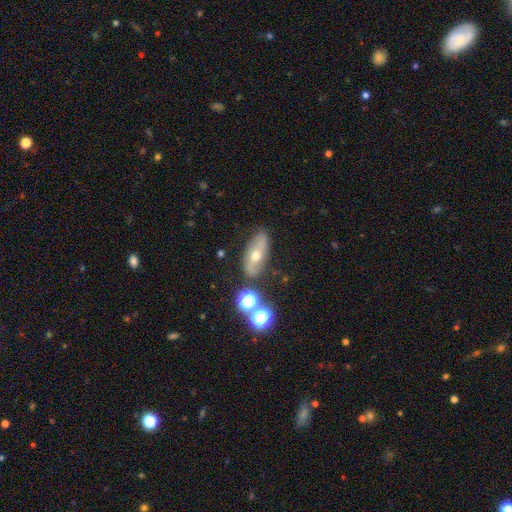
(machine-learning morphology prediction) Smooth or featured: featured or disk — 48% (smooth — 39%)
Merging: none — 74% (minor disturbance — 16%)